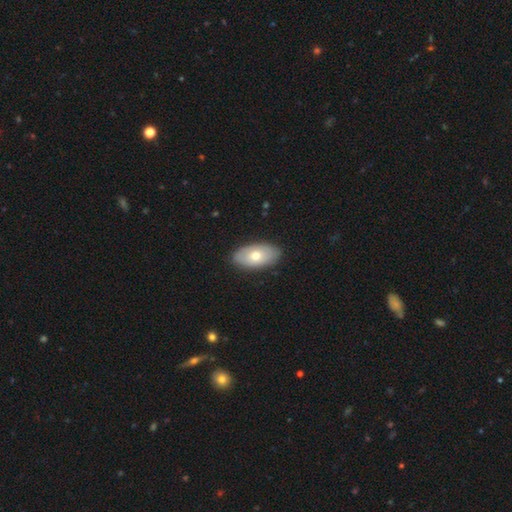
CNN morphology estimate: smooth 67%, featured or disk 28%, star or artifact 6%. Down the decision tree: how rounded — in between (94%); merging — none (88%).